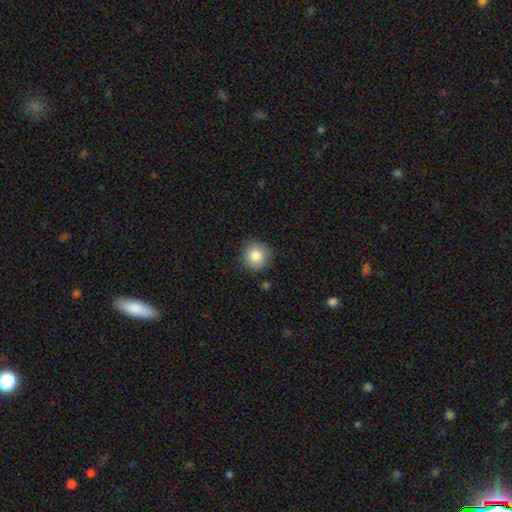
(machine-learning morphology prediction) Smooth or featured? smooth (85%)
How rounded? round (92%)
Merging? none (88%)